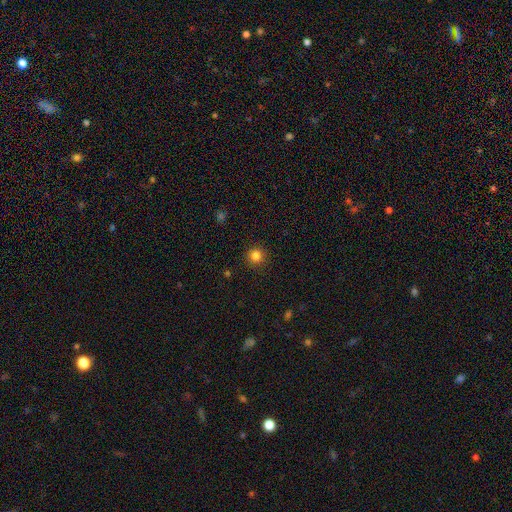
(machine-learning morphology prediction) smooth_or_featured: smooth (p=0.83) [alt: star or artifact p=0.13]
how_rounded: round (p=0.95) [alt: in between p=0.04]
merging: none (p=0.92) [alt: minor disturbance p=0.05]